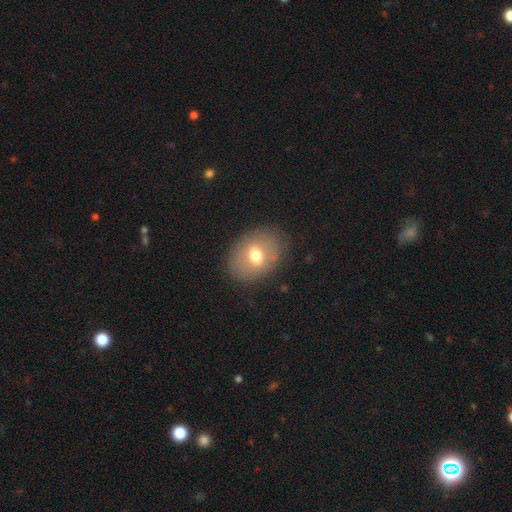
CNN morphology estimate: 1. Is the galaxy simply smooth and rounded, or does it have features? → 65% smooth, 26% featured or disk, 9% star or artifact.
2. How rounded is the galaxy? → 63% in between, 36% round, 1% cigar-shaped.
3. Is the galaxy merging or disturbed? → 79% none, 14% minor disturbance, 6% major disturbance, 1% merger.